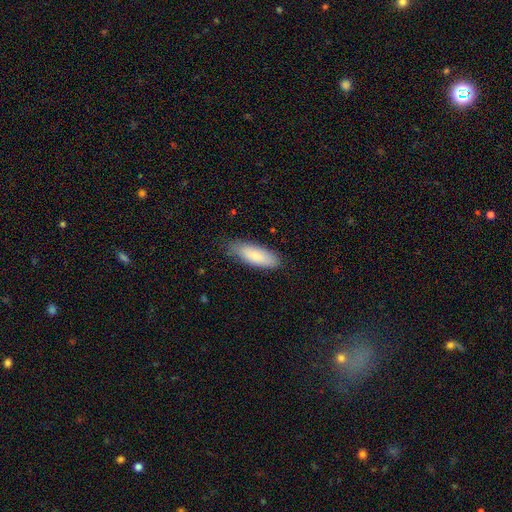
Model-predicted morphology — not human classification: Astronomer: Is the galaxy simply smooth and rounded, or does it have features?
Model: smooth — 83%.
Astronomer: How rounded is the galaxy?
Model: in between — 63%.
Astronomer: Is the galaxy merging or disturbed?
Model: none — 77%.